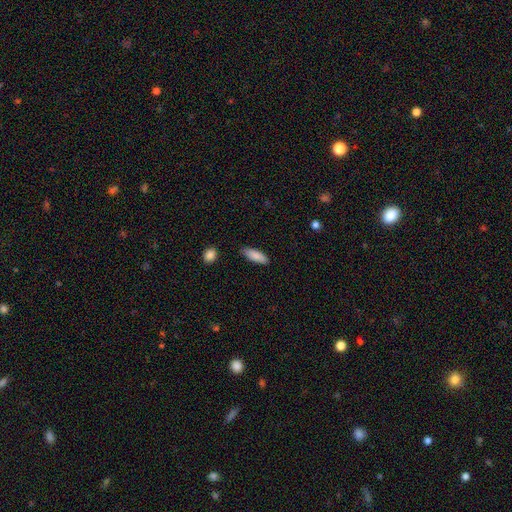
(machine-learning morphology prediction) smooth-or-featured: smooth: 87% | featured or disk: 7% | star or artifact: 6%
  how-rounded: in between: 60% | cigar-shaped: 38% | round: 2%
  merging: none: 85% | minor disturbance: 11% | major disturbance: 2% | merger: 2%